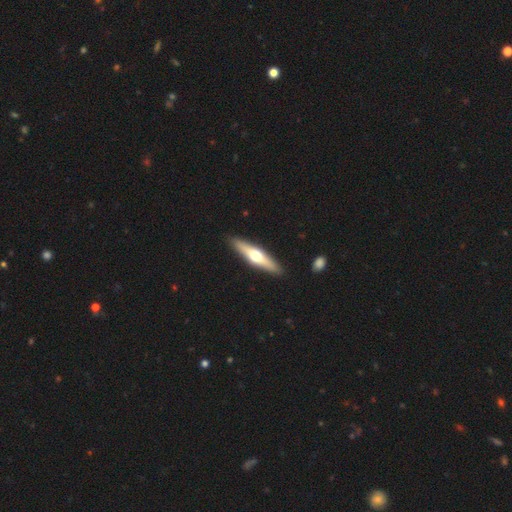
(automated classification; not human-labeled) Overall: featured or disk (57%; smooth 38%). Edge-on disk: yes (93%). Edge-on bulge: rounded (94%). Merging: none (91%).